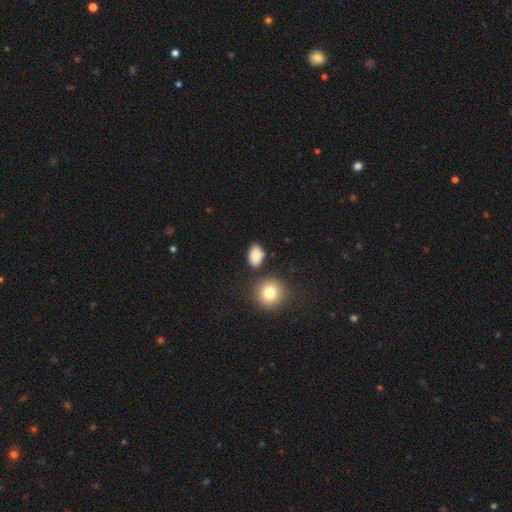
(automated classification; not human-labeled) A smooth galaxy with no disk features (84%) that is in between round and cigar-shaped (80%).

Vote fractions:
- Smooth or featured? smooth: 84% / star or artifact: 9% / featured or disk: 6%
- How rounded? in between: 80% / round: 18% / cigar-shaped: 2%
- Merging? none: 77% / minor disturbance: 14% / merger: 5% / major disturbance: 4%